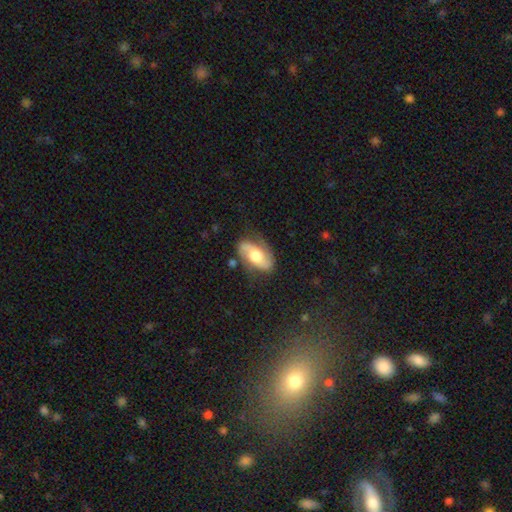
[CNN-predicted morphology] Smooth or featured?
  - featured or disk: 69% *
  - smooth: 25%
  - star or artifact: 6%
Edge-on disk?
  - no: 95% *
  - yes: 5%
Bar?
  - no: 58% *
  - weak: 31%
  - strong: 11%
Spiral arms?
  - yes: 89% *
  - no: 11%
Spiral winding?
  - medium: 42% *
  - loose: 38%
  - tight: 20%
Spiral arm count?
  - 2: 89% *
  - can't tell: 6%
  - 1: 2%
  - 3: 1%
  - 4: 1%
  - more than 4: 1%
Bulge size?
  - moderate: 57% *
  - large: 30%
  - small: 9%
  - dominant: 3%
  - none: 2%
Merging?
  - none: 71% *
  - minor disturbance: 19%
  - major disturbance: 8%
  - merger: 2%